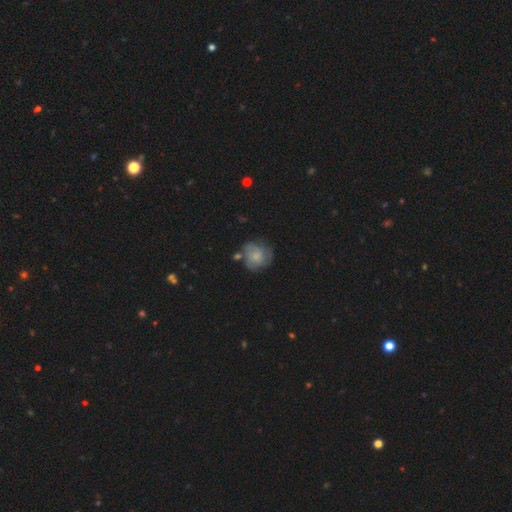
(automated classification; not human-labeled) A smooth galaxy with no disk features (56%) that is round (80%).

Vote fractions:
- Smooth or featured? smooth: 56% / featured or disk: 36% / star or artifact: 8%
- How rounded? round: 80% / in between: 19% / cigar-shaped: 1%
- Merging? none: 57% / minor disturbance: 24% / major disturbance: 11% / merger: 8%